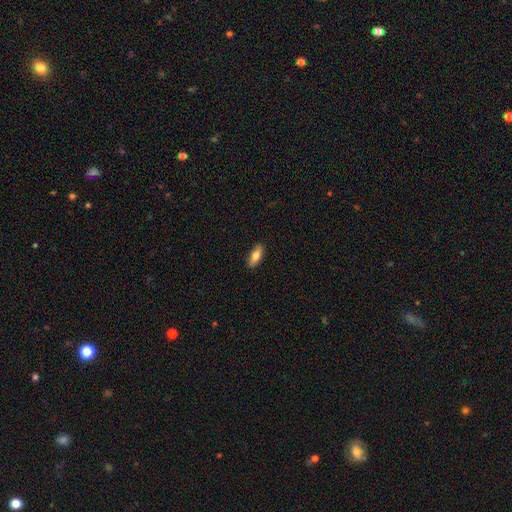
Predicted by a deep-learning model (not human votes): Overall: smooth (77%). How rounded: in between (78%). Merging: none (87%).